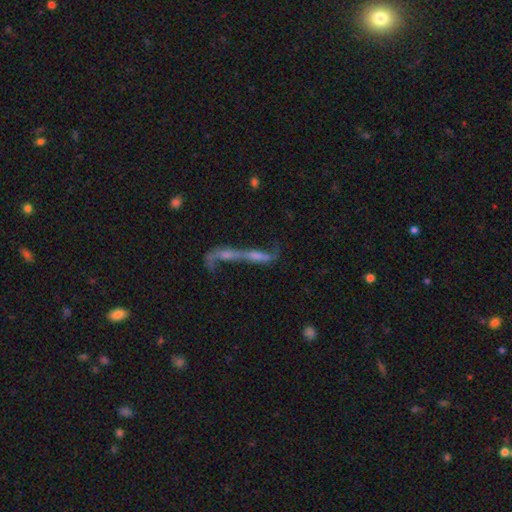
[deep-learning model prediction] smooth-or-featured: featured or disk: 58% | smooth: 25% | star or artifact: 17%
  disk-edge-on: no: 63% | yes: 37%
  merging: merger: 42% | major disturbance: 25% | none: 23% | minor disturbance: 10%